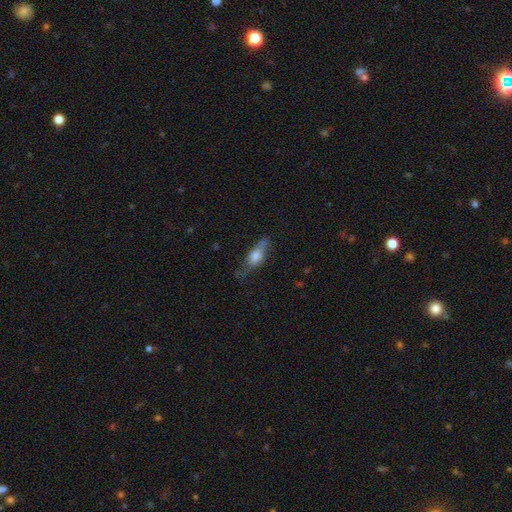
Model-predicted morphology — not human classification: Smooth or featured? Predicted: smooth (p=0.53). How rounded? Predicted: in between (p=0.57). Merging? Predicted: none (p=0.55).